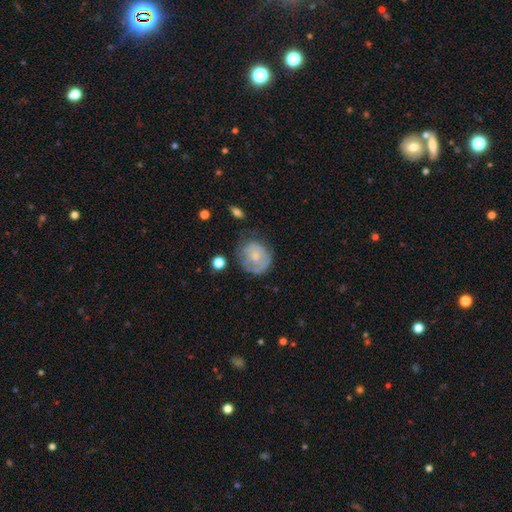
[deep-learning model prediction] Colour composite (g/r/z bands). It shows a featured or disk galaxy (51%). Merging: none (54%).